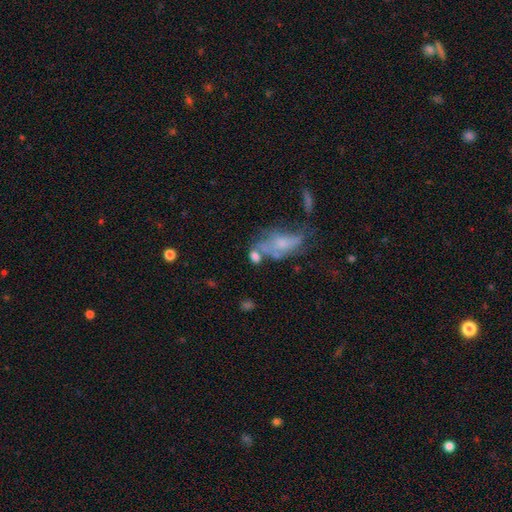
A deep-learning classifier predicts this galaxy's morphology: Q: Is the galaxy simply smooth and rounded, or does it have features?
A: smooth — 63%.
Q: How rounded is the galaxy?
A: in between — 80%.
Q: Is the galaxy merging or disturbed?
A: merger — 35%.